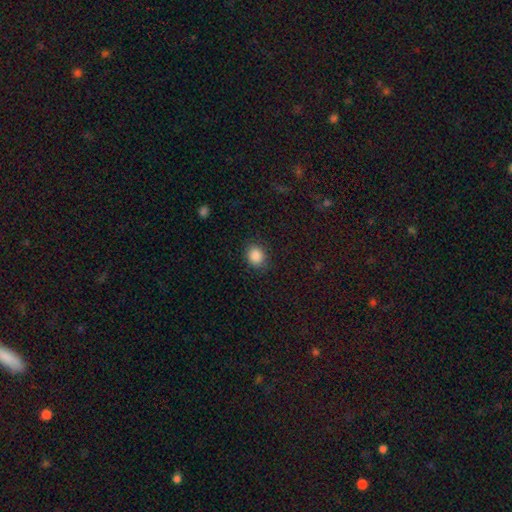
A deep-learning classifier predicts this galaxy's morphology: Smooth or featured?
  - smooth: 87% *
  - star or artifact: 9%
  - featured or disk: 4%
How rounded?
  - round: 66% *
  - in between: 33%
  - cigar-shaped: 1%
Merging?
  - none: 87% *
  - minor disturbance: 9%
  - major disturbance: 3%
  - merger: 1%